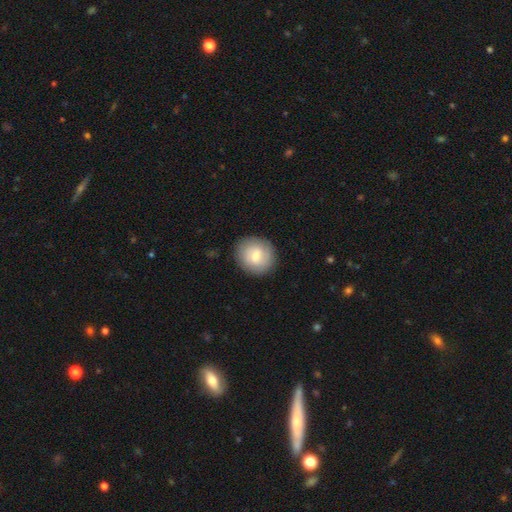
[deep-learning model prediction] smooth_or_featured: smooth (p=0.68) [alt: featured or disk p=0.25]
how_rounded: round (p=0.81) [alt: in between p=0.18]
merging: none (p=0.86) [alt: minor disturbance p=0.10]